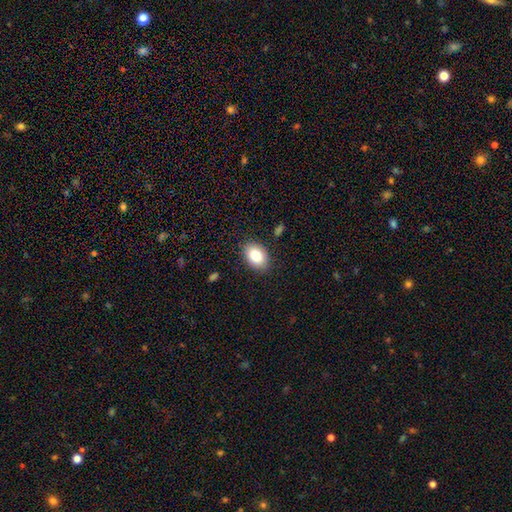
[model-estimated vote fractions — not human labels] Q: Smooth or featured?
A: smooth (86%); runner-up: star or artifact (8%)
Q: How rounded?
A: in between (84%); runner-up: round (15%)
Q: Merging?
A: none (85%); runner-up: minor disturbance (11%)